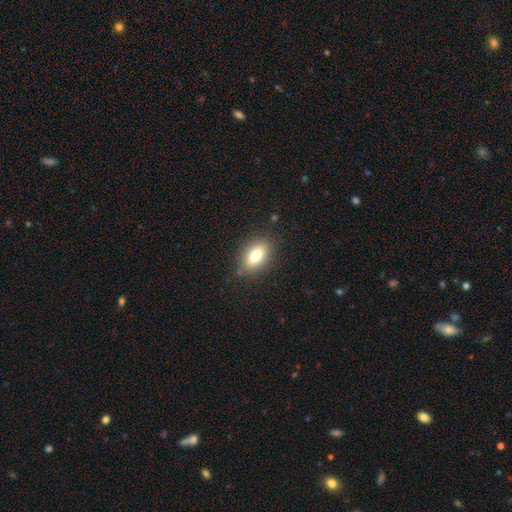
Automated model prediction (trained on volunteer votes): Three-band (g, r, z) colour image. It shows a smooth galaxy with no disk features (73%) that is in between round and cigar-shaped (83%). Merging: none (83%).